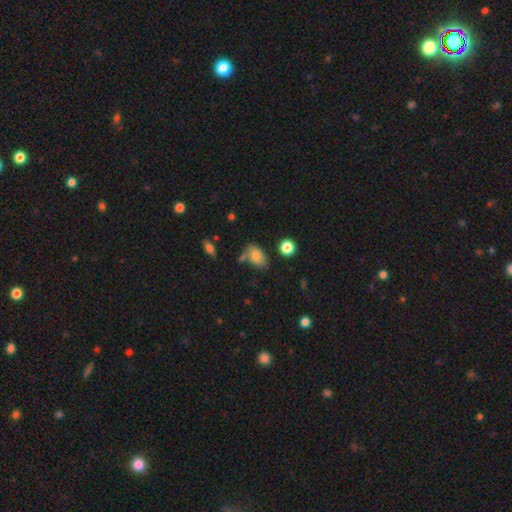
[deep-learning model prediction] Smooth or featured? Predicted: smooth (p=0.79). How rounded? Predicted: in between (p=0.87). Merging? Predicted: none (p=0.63).